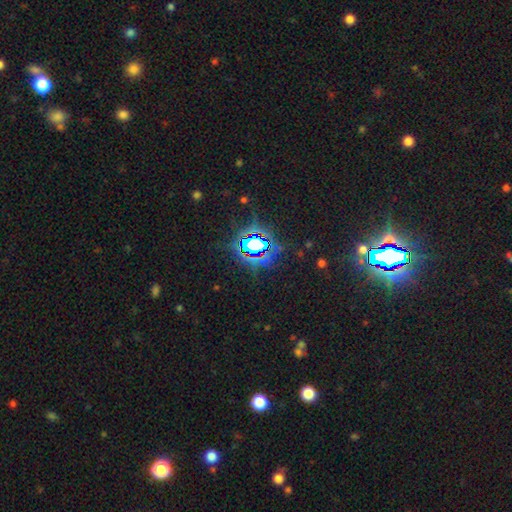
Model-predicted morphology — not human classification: A star or artifact, not a galaxy (83%).